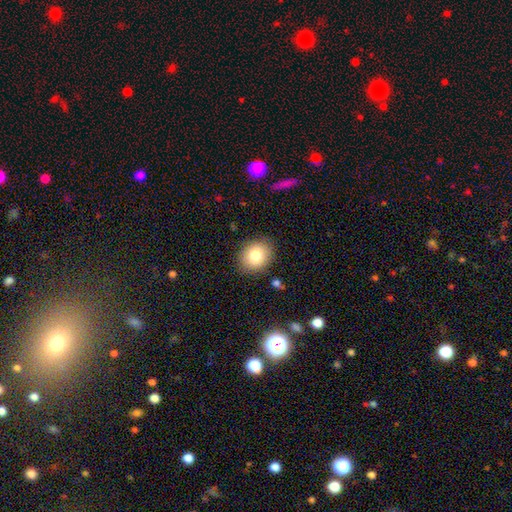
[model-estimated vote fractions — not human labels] This appears to be a smooth galaxy with no disk features (81%) that is round (53%). Merging: none (86%).